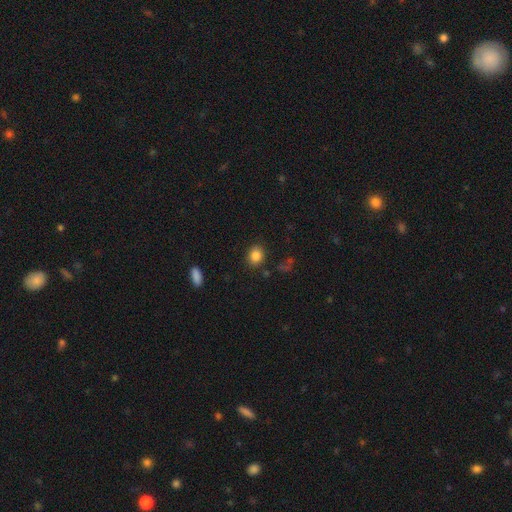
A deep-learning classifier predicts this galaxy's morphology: Smooth or featured?
  - smooth: 85% *
  - star or artifact: 10%
  - featured or disk: 5%
How rounded?
  - round: 57% *
  - in between: 42%
  - cigar-shaped: 1%
Merging?
  - none: 83% *
  - minor disturbance: 11%
  - major disturbance: 3%
  - merger: 3%